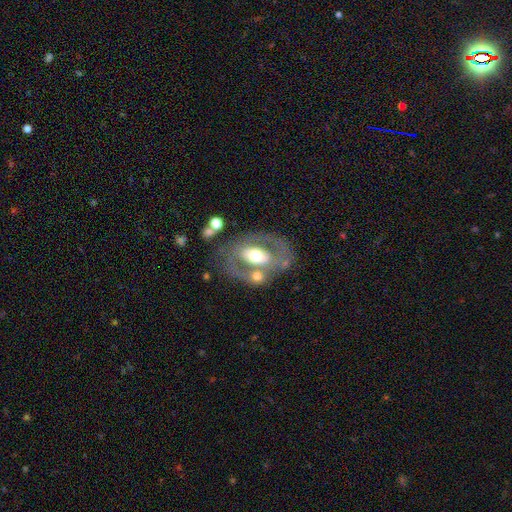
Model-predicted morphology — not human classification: Smooth or featured: featured or disk — 65% (smooth — 28%)
Edge-on disk: no — 92% (yes — 8%)
Bar: no — 51% (weak — 26%)
Spiral arms: no — 67% (yes — 33%)
Bulge size: moderate — 63% (large — 24%)
Merging: none — 62% (minor disturbance — 15%)